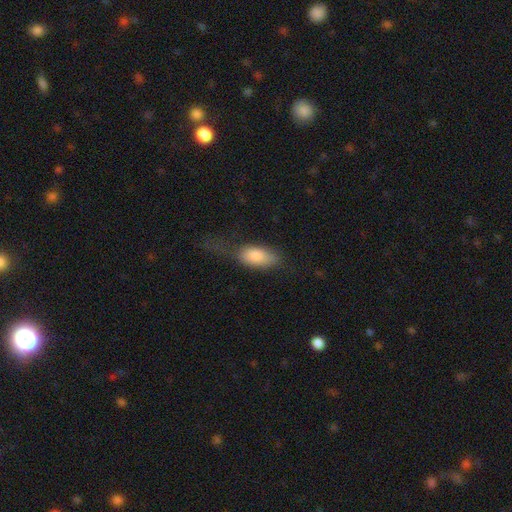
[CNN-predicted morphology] smooth 82%, featured or disk 11%, star or artifact 7%. Down the decision tree: how rounded — in between (89%); merging — none (34%).